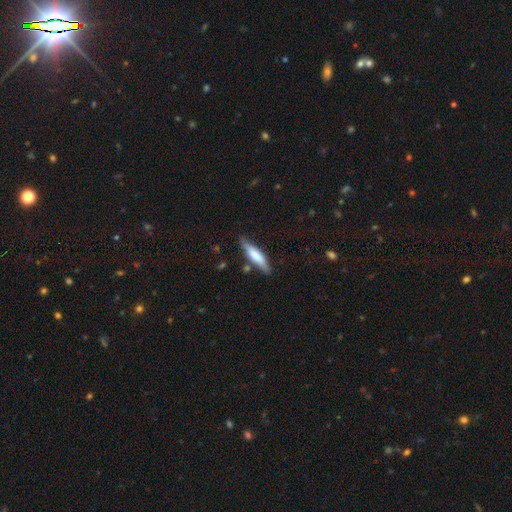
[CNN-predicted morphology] smooth_or_featured: smooth (p=0.64) [alt: featured or disk p=0.30]
how_rounded: cigar-shaped (p=0.75) [alt: in between p=0.24]
merging: none (p=0.78) [alt: minor disturbance p=0.15]